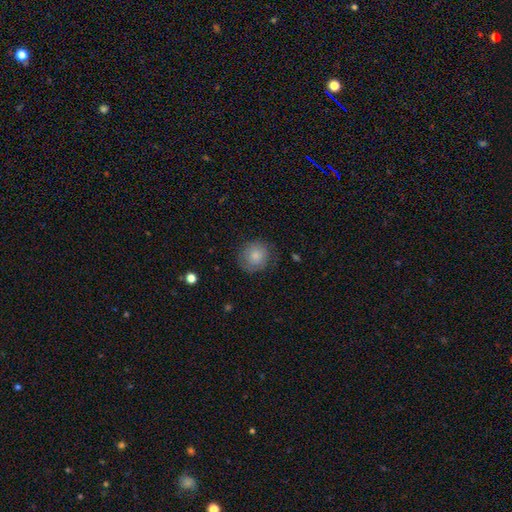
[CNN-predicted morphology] Smooth or featured? smooth (74%)
How rounded? round (84%)
Merging? none (75%)